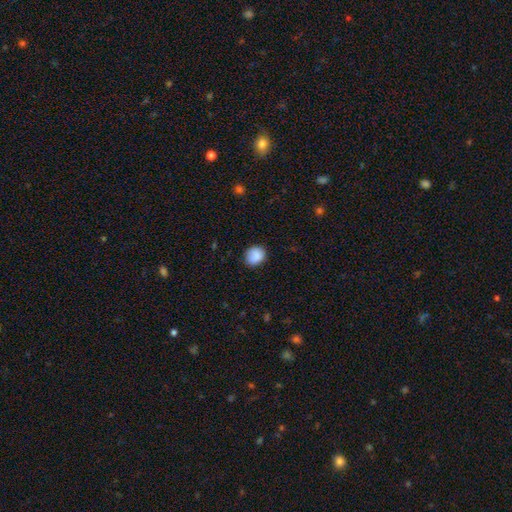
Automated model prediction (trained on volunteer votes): Smooth or featured? smooth (87%)
How rounded? round (69%)
Merging? none (80%)